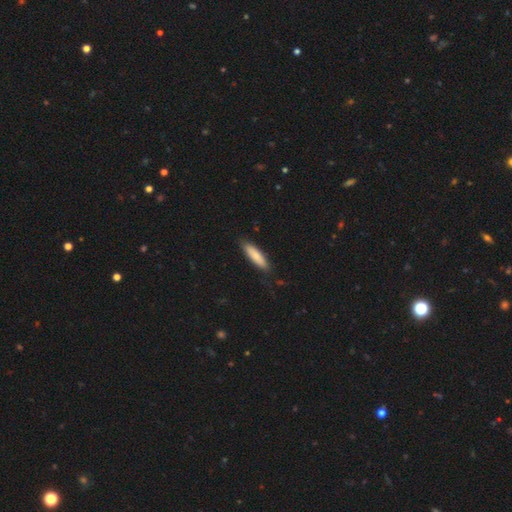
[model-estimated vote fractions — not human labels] Overall: smooth (81%). How rounded: cigar-shaped (65%; in between 34%). Merging: none (82%).